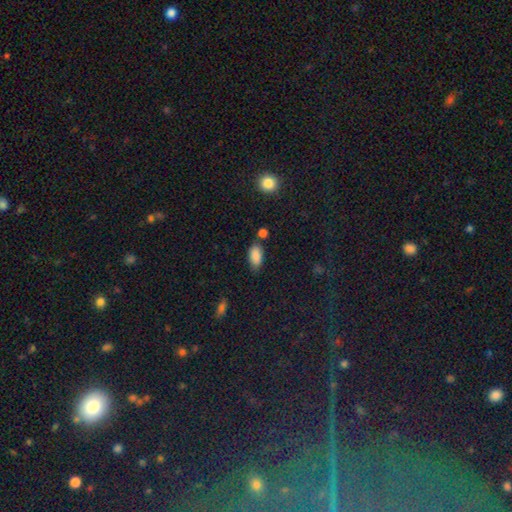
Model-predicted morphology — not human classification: smooth 86%, star or artifact 9%, featured or disk 5%. Down the decision tree: how rounded — in between (91%); merging — none (65%).